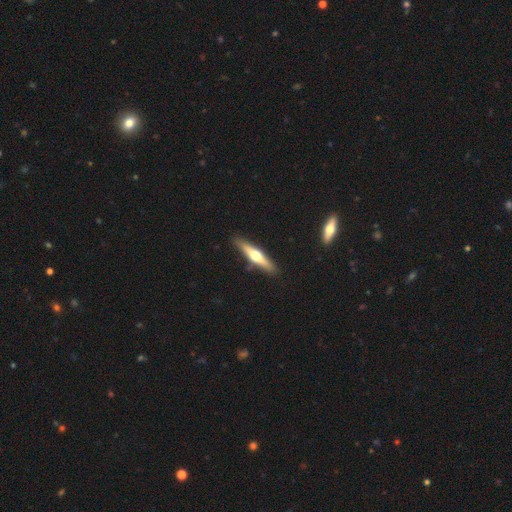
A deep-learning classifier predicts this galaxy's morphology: This appears to be a featured or disk galaxy (56%) viewed edge-on (94%) with a rounded central bulge (92%). Merging: none (89%).